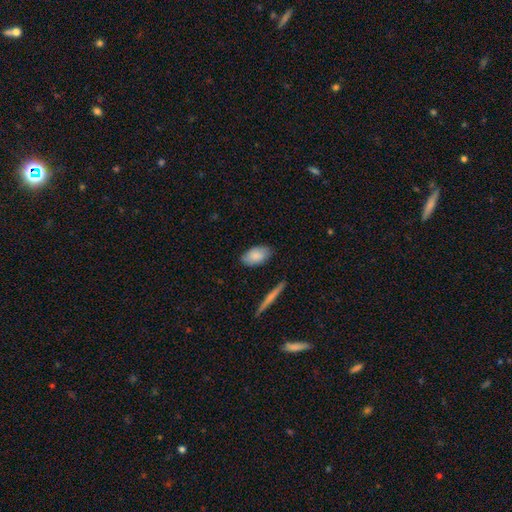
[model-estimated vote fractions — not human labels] Overall: smooth (82%). How rounded: in between (92%). Merging: none (80%).